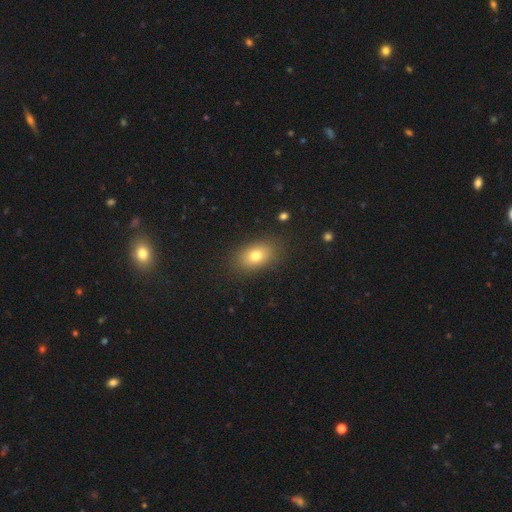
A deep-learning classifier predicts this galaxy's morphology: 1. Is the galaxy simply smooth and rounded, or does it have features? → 77% smooth, 12% featured or disk, 10% star or artifact.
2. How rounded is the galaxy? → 83% in between, 16% round, 2% cigar-shaped.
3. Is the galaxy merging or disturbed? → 85% none, 10% minor disturbance, 3% major disturbance, 1% merger.